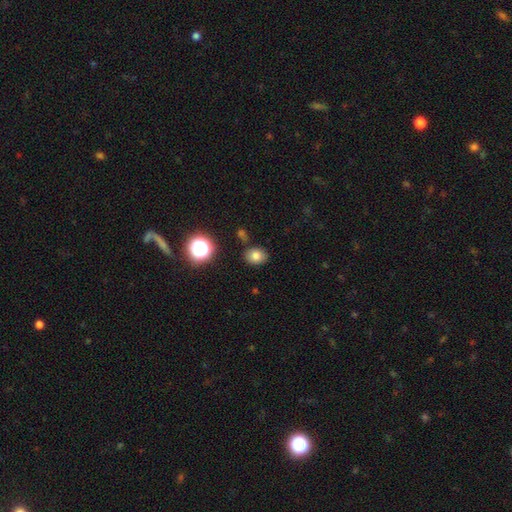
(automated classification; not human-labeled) The model was most divided on "how rounded": in between: 54%, round: 45%, cigar-shaped: 1%. More confident: merging — none (80%); smooth or featured — smooth (79%).